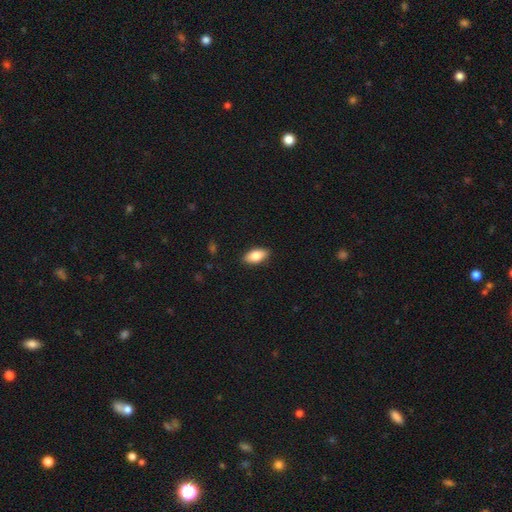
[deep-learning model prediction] Overall: smooth (82%). How rounded: in between (90%). Merging: none (89%).